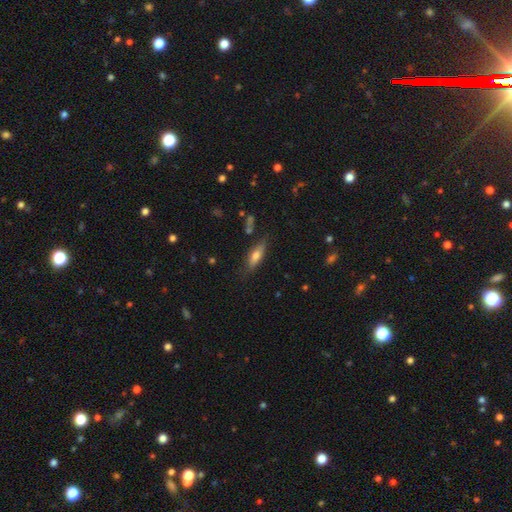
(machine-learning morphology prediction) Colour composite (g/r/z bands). It shows a smooth galaxy with no disk features (64%) that is in between round and cigar-shaped (50%). Merging: none (73%).